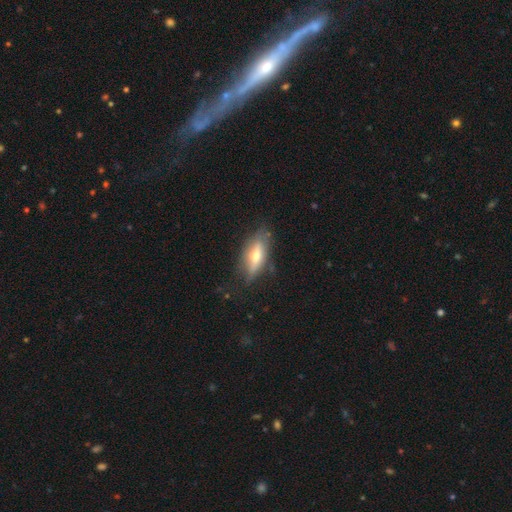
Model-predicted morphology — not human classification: smooth 48%, featured or disk 44%, star or artifact 7%. Down the decision tree: merging — none (72%).